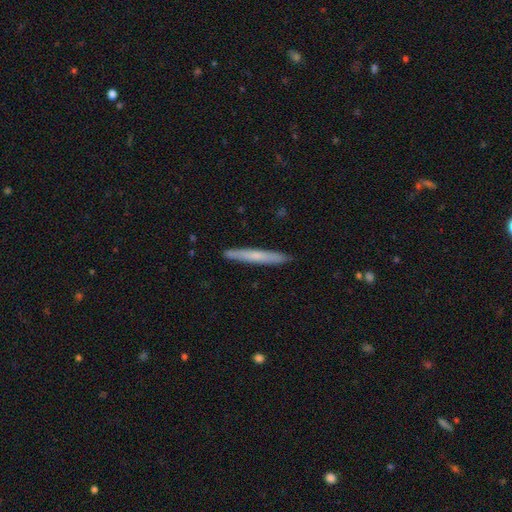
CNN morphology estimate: Smooth or featured?
  - smooth: 60% *
  - featured or disk: 35%
  - star or artifact: 6%
How rounded?
  - cigar-shaped: 96% *
  - in between: 3%
  - round: 1%
Merging?
  - none: 91% *
  - minor disturbance: 6%
  - major disturbance: 1%
  - merger: 1%